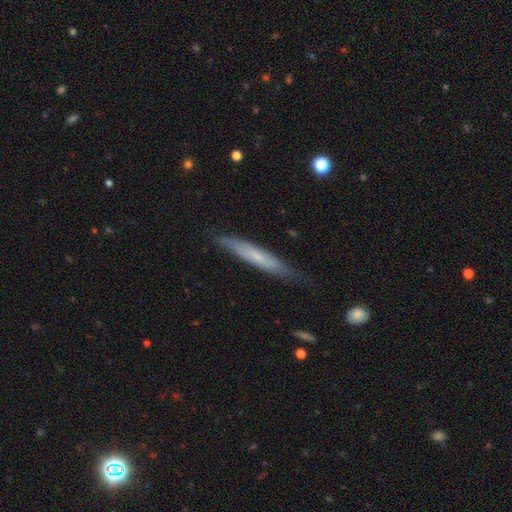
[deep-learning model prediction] The model was most divided on "smooth or featured": smooth: 53%, featured or disk: 41%, star or artifact: 6%. More confident: how rounded — cigar-shaped (94%); merging — none (77%).